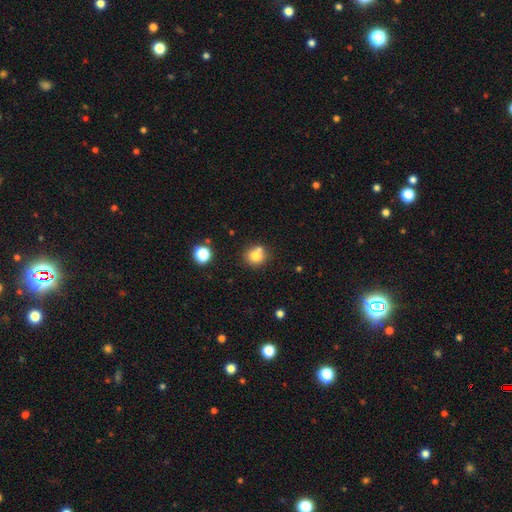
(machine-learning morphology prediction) Smooth or featured? Predicted: smooth (p=0.77). How rounded? Predicted: round (p=0.87). Merging? Predicted: none (p=0.63).